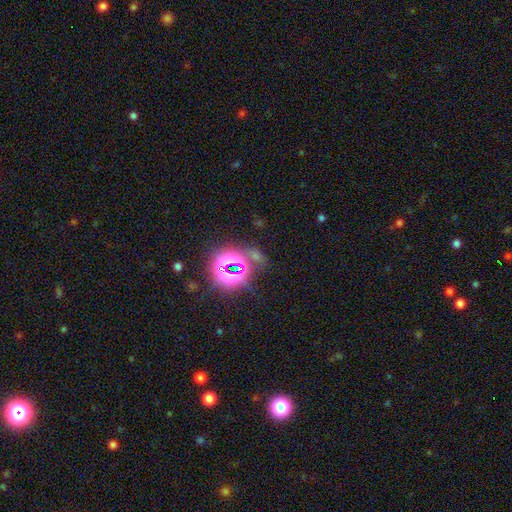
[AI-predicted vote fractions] A star or artifact, not a galaxy (67%).